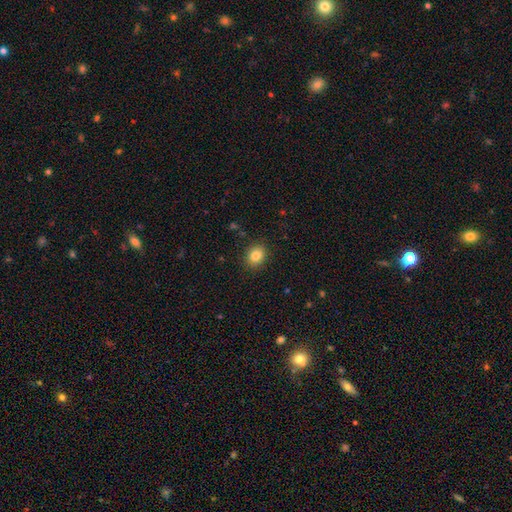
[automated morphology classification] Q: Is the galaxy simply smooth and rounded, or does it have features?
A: smooth — 84%.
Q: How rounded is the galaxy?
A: round — 50%.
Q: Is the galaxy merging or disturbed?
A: none — 88%.